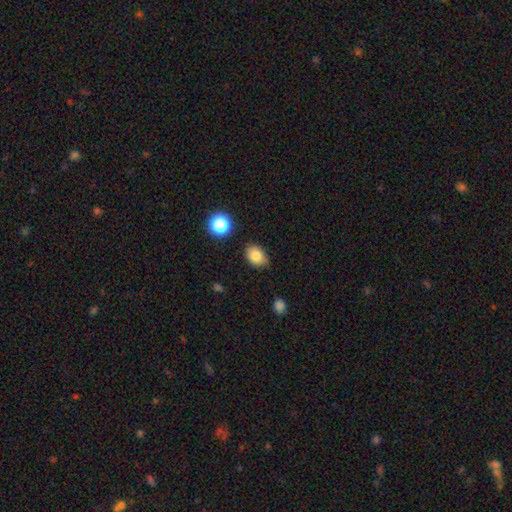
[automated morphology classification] A smooth galaxy with no disk features (82%) that is in between round and cigar-shaped (74%).

Vote fractions:
- Smooth or featured? smooth: 82% / star or artifact: 10% / featured or disk: 8%
- How rounded? in between: 74% / round: 25% / cigar-shaped: 1%
- Merging? none: 81% / minor disturbance: 14% / major disturbance: 3% / merger: 2%